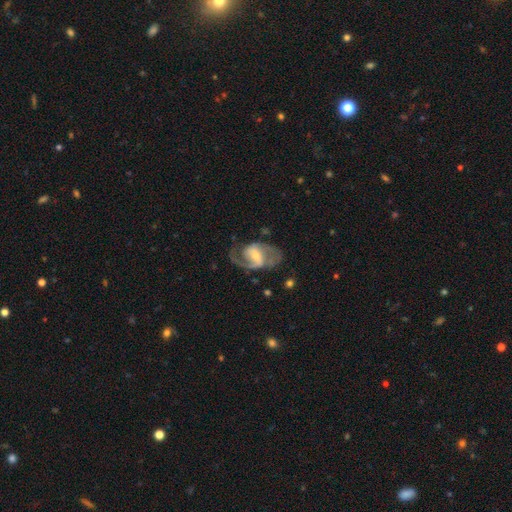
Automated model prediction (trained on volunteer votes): featured or disk 84%, smooth 10%, star or artifact 5%. Down the decision tree: edge-on disk — no (97%); bar — weak (47%); spiral arms — yes (93%); spiral arm count — 2 (77%); spiral winding — medium (53%); bulge size — small (48%); merging — none (60%).